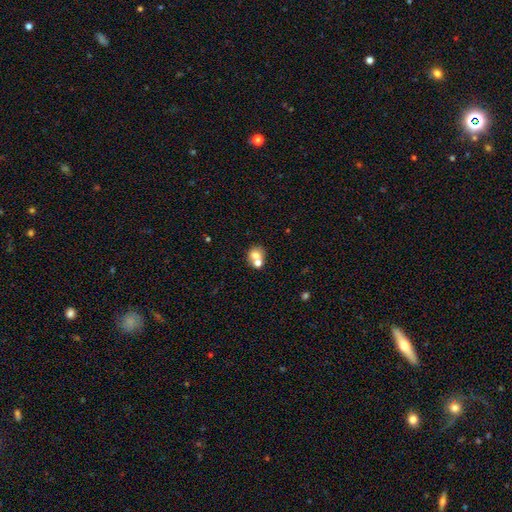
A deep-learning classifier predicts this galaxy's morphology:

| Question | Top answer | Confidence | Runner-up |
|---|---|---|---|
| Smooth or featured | smooth | 69% | featured or disk (20%) |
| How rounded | round | 75% | in between (24%) |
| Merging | merger | 48% | none (41%) |